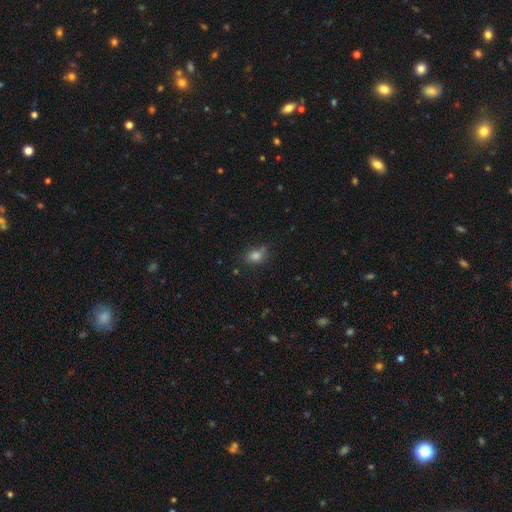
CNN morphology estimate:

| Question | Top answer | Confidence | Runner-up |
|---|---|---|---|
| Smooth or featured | smooth | 79% | star or artifact (14%) |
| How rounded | in between | 51% | round (47%) |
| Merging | none | 68% | minor disturbance (16%) |